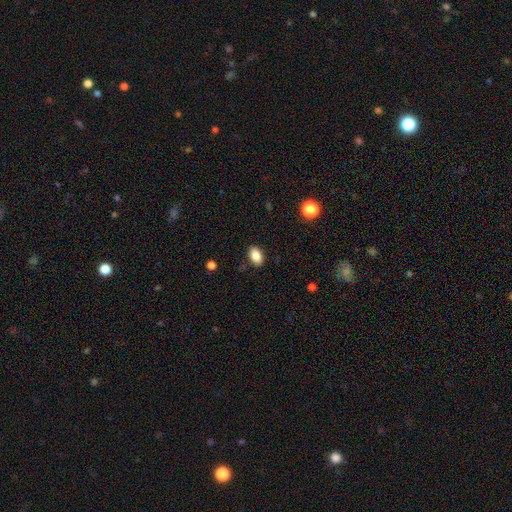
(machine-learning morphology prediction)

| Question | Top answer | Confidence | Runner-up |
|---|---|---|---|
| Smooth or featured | smooth | 86% | star or artifact (8%) |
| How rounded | in between | 89% | round (9%) |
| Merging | none | 87% | minor disturbance (10%) |